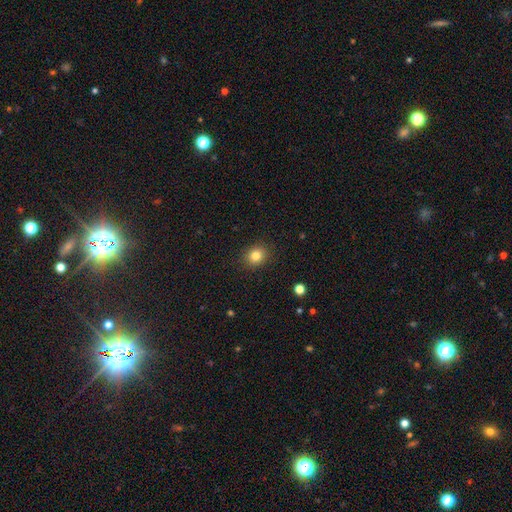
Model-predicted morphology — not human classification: A smooth galaxy with no disk features (83%) that is round (72%). Merging: none (90%).